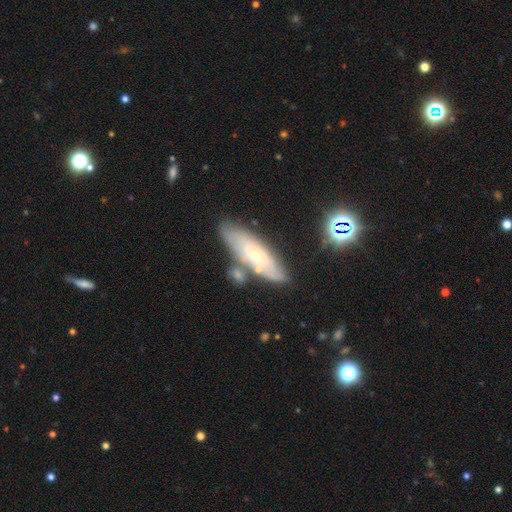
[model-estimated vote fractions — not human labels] A featured or disk galaxy (50%). Merging: none (68%).